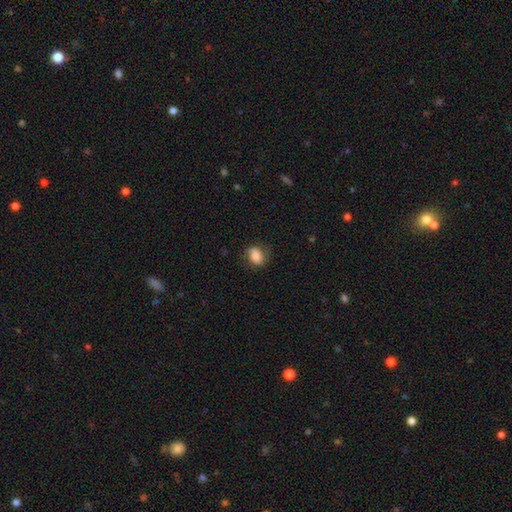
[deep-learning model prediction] Smooth or featured?
  - smooth: 84% *
  - featured or disk: 8%
  - star or artifact: 8%
How rounded?
  - in between: 74% *
  - round: 24%
  - cigar-shaped: 2%
Merging?
  - none: 75% *
  - minor disturbance: 18%
  - major disturbance: 6%
  - merger: 1%